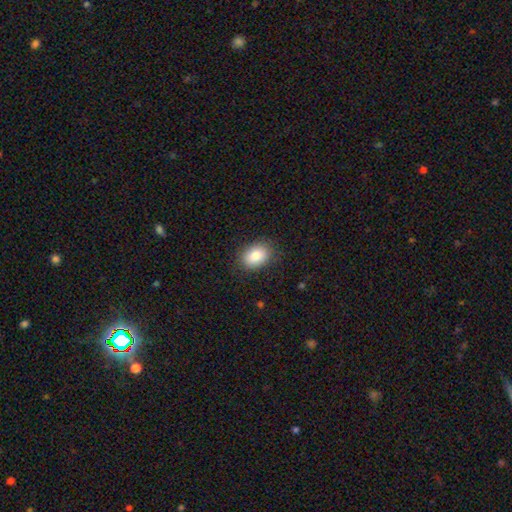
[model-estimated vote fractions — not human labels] Smooth or featured: smooth — 84% (star or artifact — 8%)
How rounded: in between — 73% (round — 26%)
Merging: none — 85% (minor disturbance — 11%)